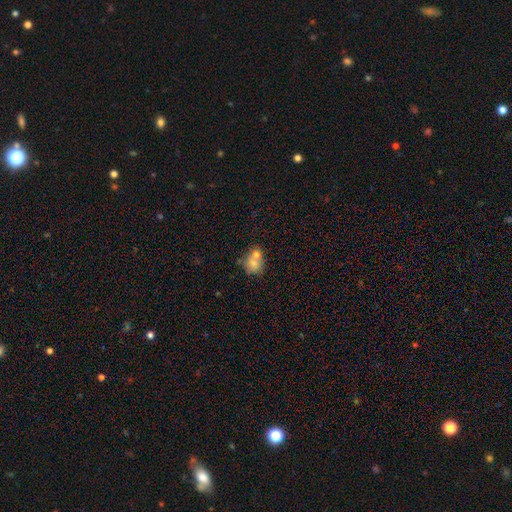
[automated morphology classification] smooth-or-featured: smooth: 66% | featured or disk: 20% | star or artifact: 14%
  how-rounded: round: 60% | in between: 38% | cigar-shaped: 1%
  merging: merger: 50% | none: 35% | minor disturbance: 10% | major disturbance: 5%